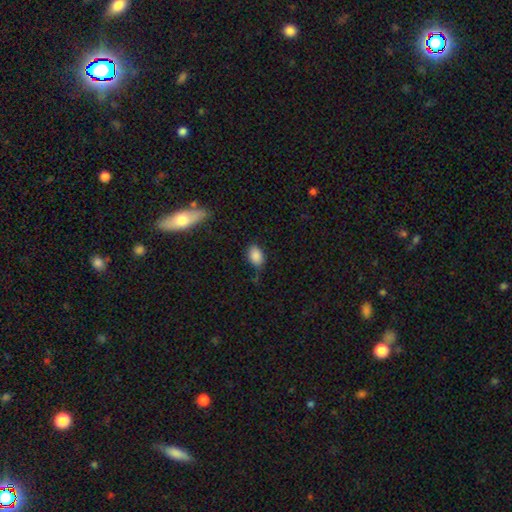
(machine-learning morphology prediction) Smooth or featured?
  - smooth: 87% *
  - star or artifact: 9%
  - featured or disk: 5%
How rounded?
  - in between: 85% *
  - round: 13%
  - cigar-shaped: 2%
Merging?
  - none: 67% *
  - minor disturbance: 24%
  - major disturbance: 6%
  - merger: 3%